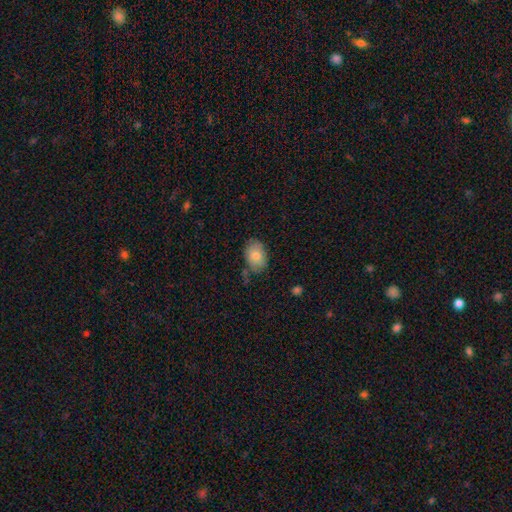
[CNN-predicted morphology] type=smooth (79%); roundness=in between (82%); merging=none (73%).